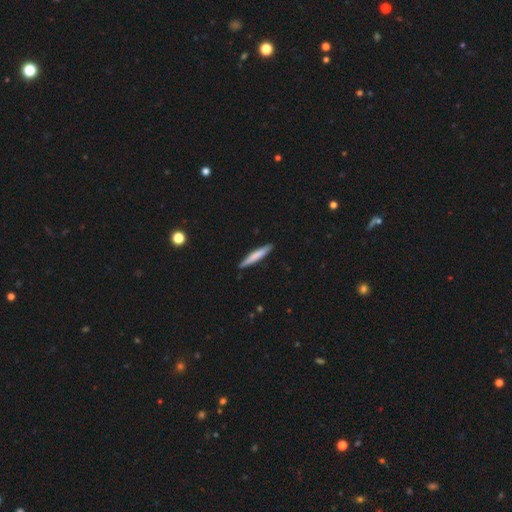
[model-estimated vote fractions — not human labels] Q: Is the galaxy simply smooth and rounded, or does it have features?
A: smooth — 71%.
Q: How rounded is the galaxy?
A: cigar-shaped — 94%.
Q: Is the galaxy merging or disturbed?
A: none — 89%.